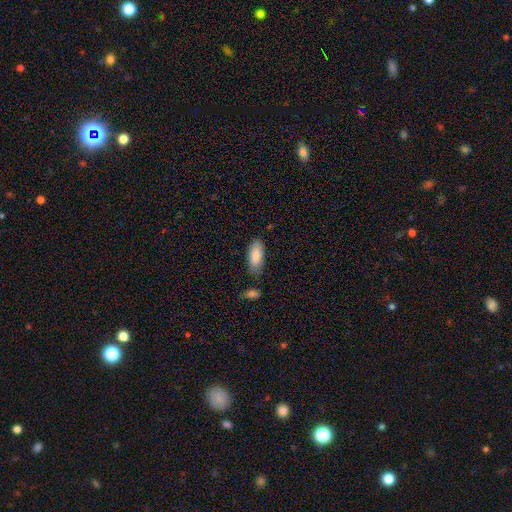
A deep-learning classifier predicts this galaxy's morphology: Smooth or featured? smooth (85%)
How rounded? in between (87%)
Merging? none (78%)